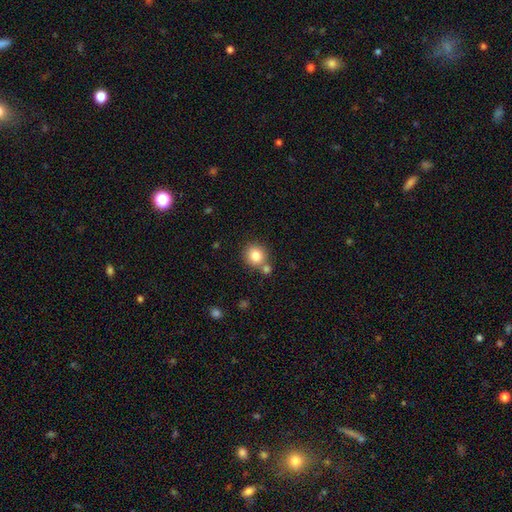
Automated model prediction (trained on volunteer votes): Smooth or featured?
  - smooth: 82% *
  - star or artifact: 10%
  - featured or disk: 8%
How rounded?
  - round: 88% *
  - in between: 11%
  - cigar-shaped: 1%
Merging?
  - none: 66% *
  - merger: 22%
  - minor disturbance: 9%
  - major disturbance: 3%